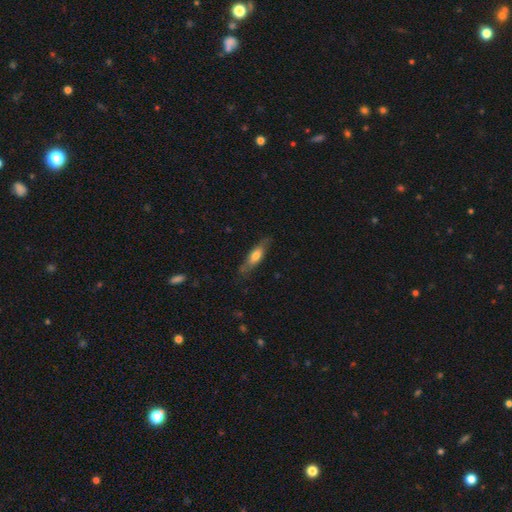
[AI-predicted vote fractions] Overall: smooth (59%; featured or disk 35%). How rounded: cigar-shaped (59%; in between 38%). Merging: none (76%).